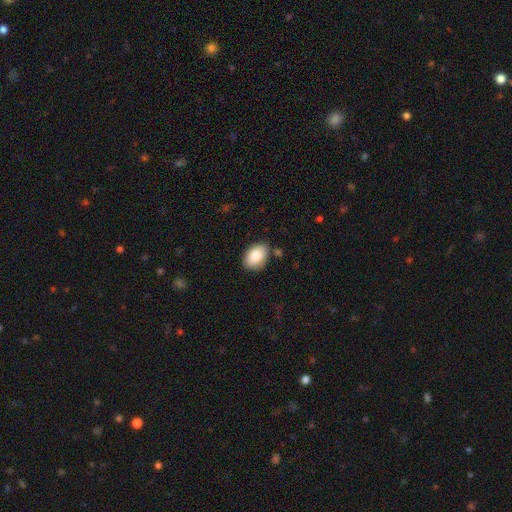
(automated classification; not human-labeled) smooth_or_featured: smooth (p=0.83) [alt: featured or disk p=0.09]
how_rounded: in between (p=0.85) [alt: round p=0.14]
merging: none (p=0.80) [alt: minor disturbance p=0.14]